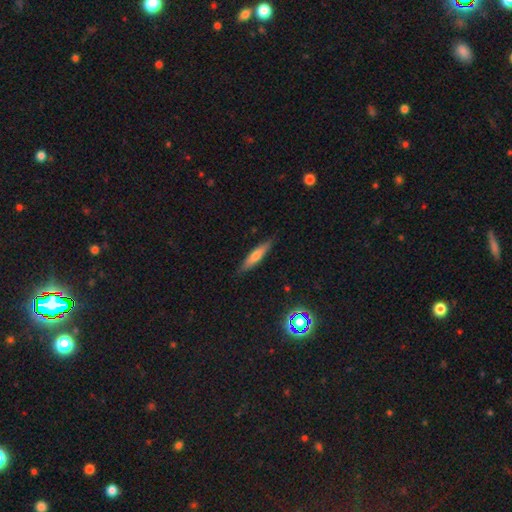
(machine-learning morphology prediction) smooth-or-featured: smooth: 62% | featured or disk: 30% | star or artifact: 8%
  how-rounded: cigar-shaped: 83% | in between: 15% | round: 2%
  merging: none: 86% | minor disturbance: 10% | major disturbance: 2% | merger: 1%